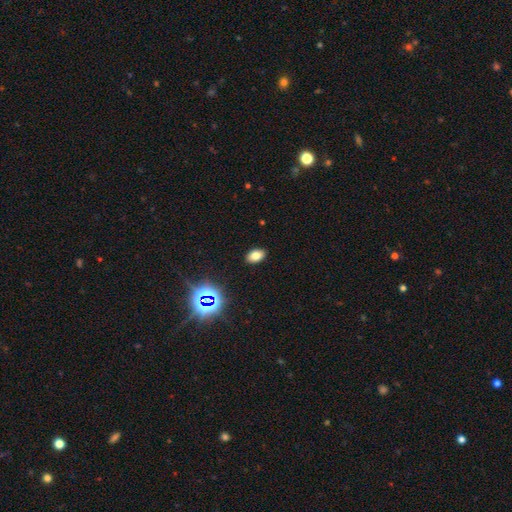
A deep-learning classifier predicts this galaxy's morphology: smooth-or-featured: smooth: 75% | star or artifact: 16% | featured or disk: 8%
  how-rounded: in between: 88% | round: 10% | cigar-shaped: 2%
  merging: none: 89% | minor disturbance: 8% | major disturbance: 2% | merger: 1%